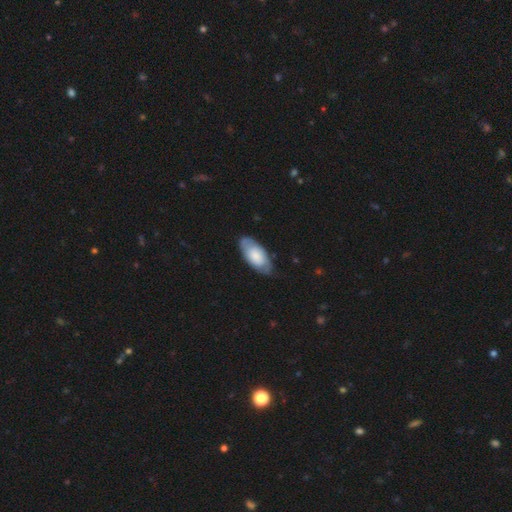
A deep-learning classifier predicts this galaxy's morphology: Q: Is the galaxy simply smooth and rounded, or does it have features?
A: smooth — 66%.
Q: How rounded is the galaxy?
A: in between — 91%.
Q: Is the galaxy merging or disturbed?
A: none — 73%.